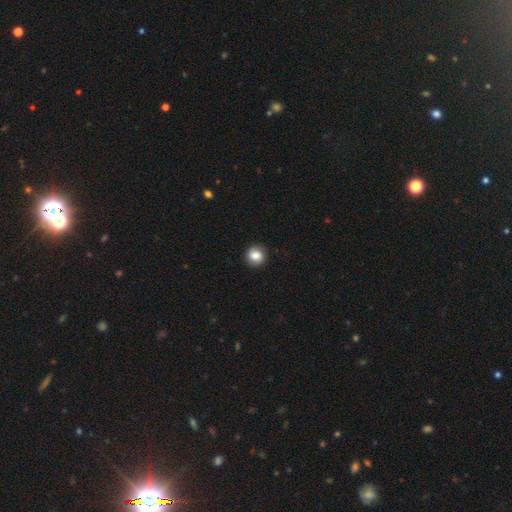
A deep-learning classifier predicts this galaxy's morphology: Overall: smooth (81%). How rounded: round (88%). Merging: none (89%).